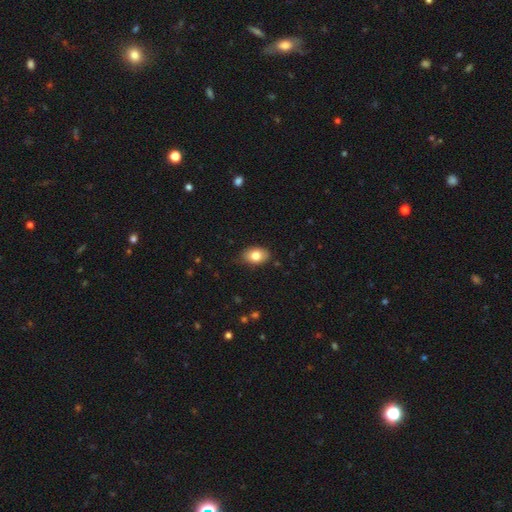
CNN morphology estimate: Smooth or featured: smooth — 79% (featured or disk — 13%)
How rounded: in between — 85% (round — 14%)
Merging: none — 80% (minor disturbance — 16%)